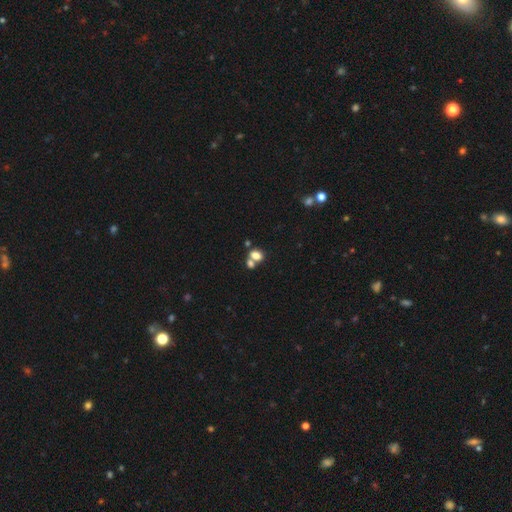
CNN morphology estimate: smooth 76%, star or artifact 13%, featured or disk 11%. Down the decision tree: how rounded — in between (66%); merging — merger (47%).